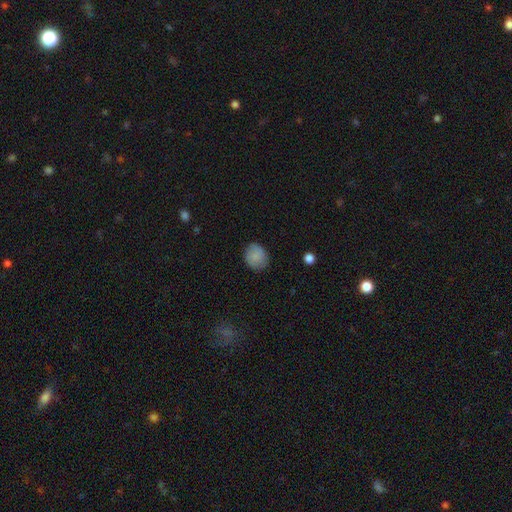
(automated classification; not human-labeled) Q: Smooth or featured?
A: smooth (83%); runner-up: featured or disk (8%)
Q: How rounded?
A: round (72%); runner-up: in between (27%)
Q: Merging?
A: none (82%); runner-up: minor disturbance (14%)